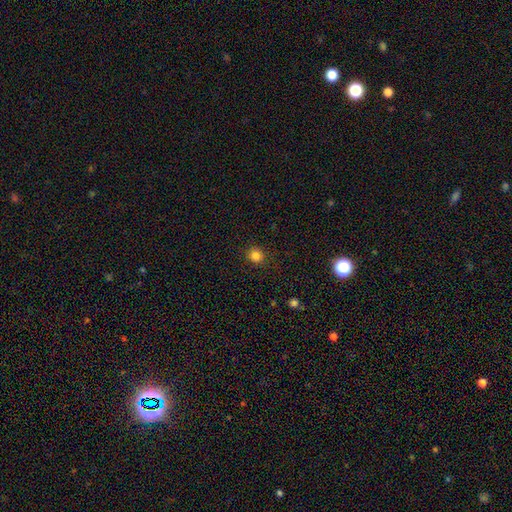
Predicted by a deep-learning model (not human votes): Overall: smooth (84%). How rounded: round (87%). Merging: none (89%).